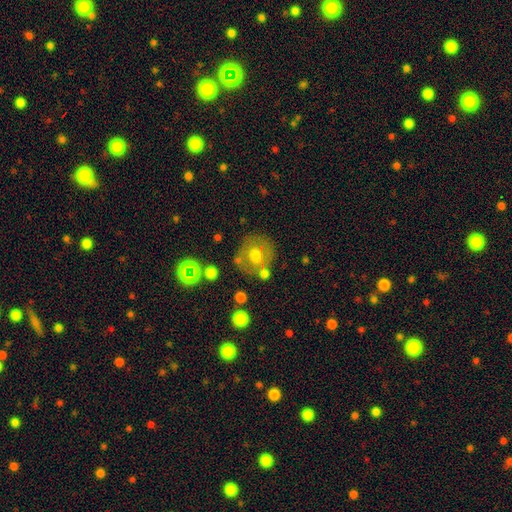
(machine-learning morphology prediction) smooth_or_featured: smooth (p=0.57) [alt: featured or disk p=0.33]
how_rounded: round (p=0.83) [alt: in between p=0.16]
merging: none (p=0.64) [alt: minor disturbance p=0.16]